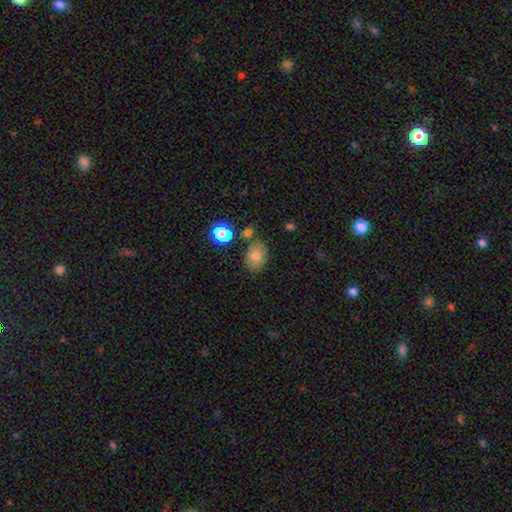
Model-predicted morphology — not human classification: Q: Smooth or featured?
A: smooth (78%); runner-up: featured or disk (13%)
Q: How rounded?
A: in between (74%); runner-up: round (25%)
Q: Merging?
A: none (77%); runner-up: minor disturbance (13%)